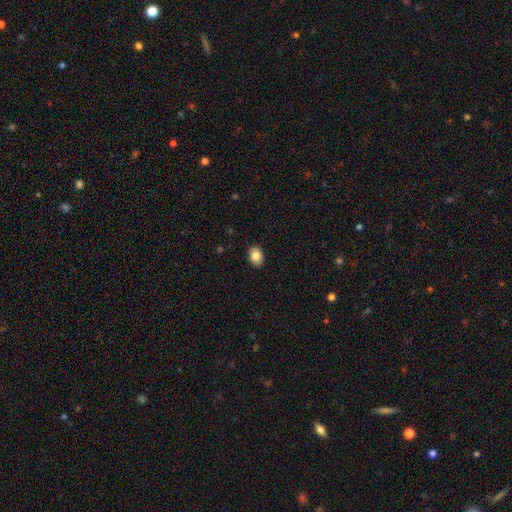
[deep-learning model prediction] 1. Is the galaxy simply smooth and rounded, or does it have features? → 86% smooth, 8% star or artifact, 6% featured or disk.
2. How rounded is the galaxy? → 76% in between, 23% round, 1% cigar-shaped.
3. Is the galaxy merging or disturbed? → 90% none, 8% minor disturbance, 2% major disturbance, 1% merger.